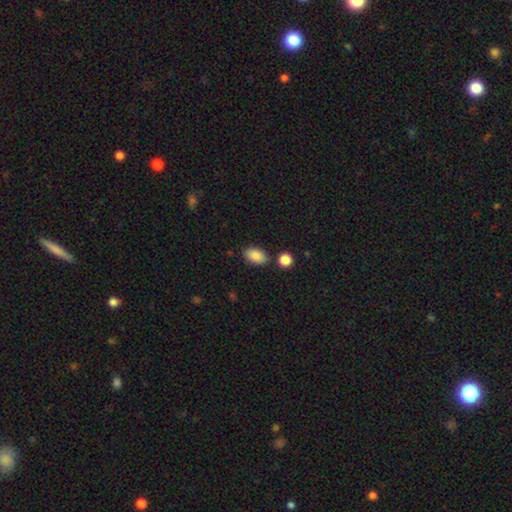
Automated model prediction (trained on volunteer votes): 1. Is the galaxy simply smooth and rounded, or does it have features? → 87% smooth, 8% star or artifact, 5% featured or disk.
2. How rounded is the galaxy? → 91% in between, 7% round, 2% cigar-shaped.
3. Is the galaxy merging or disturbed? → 81% none, 11% minor disturbance, 6% merger, 3% major disturbance.